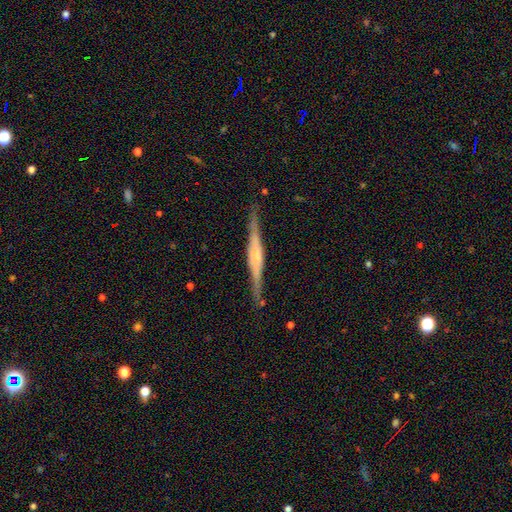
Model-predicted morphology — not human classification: This is clearly a featured or disk galaxy (81%). It is clearly viewed edge-on (97%). Edge-on bulge: possibly rounded (58%). Merging: clearly none (85%).